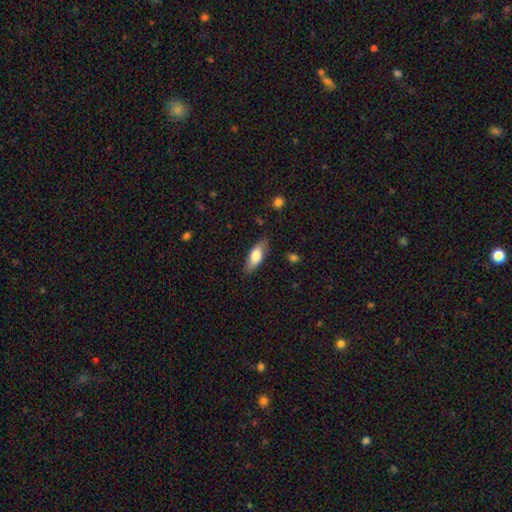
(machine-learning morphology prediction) type=smooth (72%); roundness=in between (76%); merging=none (80%).